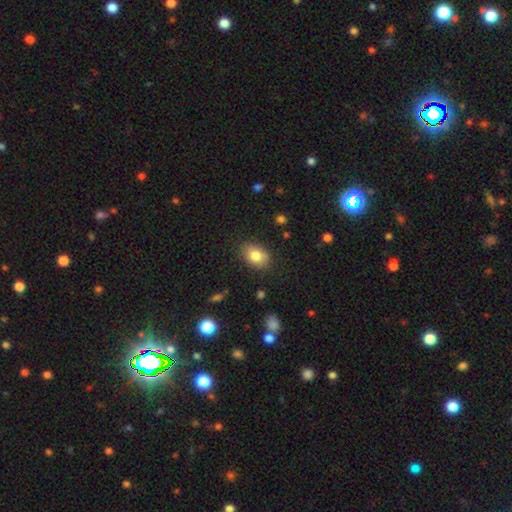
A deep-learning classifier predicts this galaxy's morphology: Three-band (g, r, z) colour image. It shows a smooth galaxy with no disk features (82%) that is in between round and cigar-shaped (82%). Merging: none (82%).